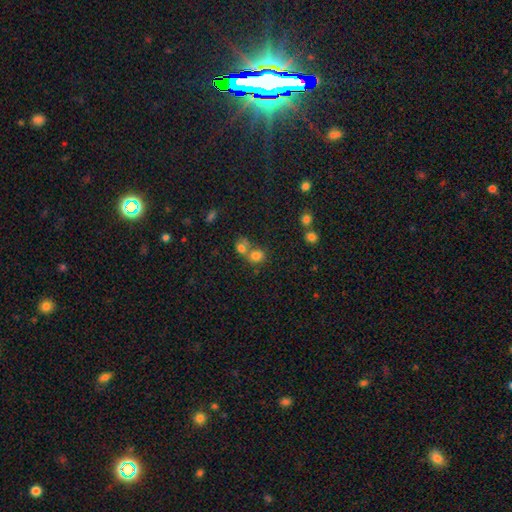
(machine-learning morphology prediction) Overall: smooth (76%). How rounded: round (65%; in between 34%). Merging: merger (50%; none 38%).